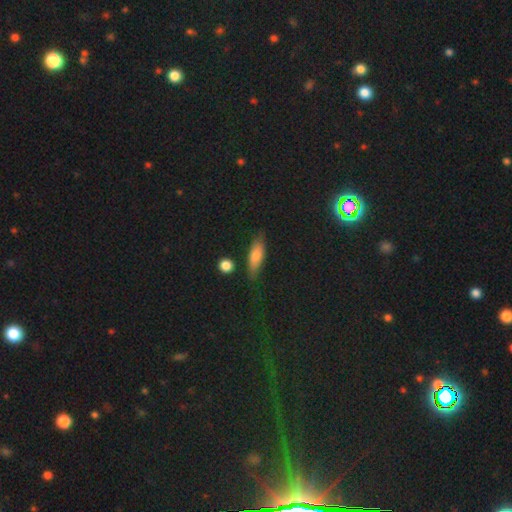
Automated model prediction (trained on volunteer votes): smooth 72%, featured or disk 19%, star or artifact 8%. Down the decision tree: how rounded — in between (59%); merging — none (75%).